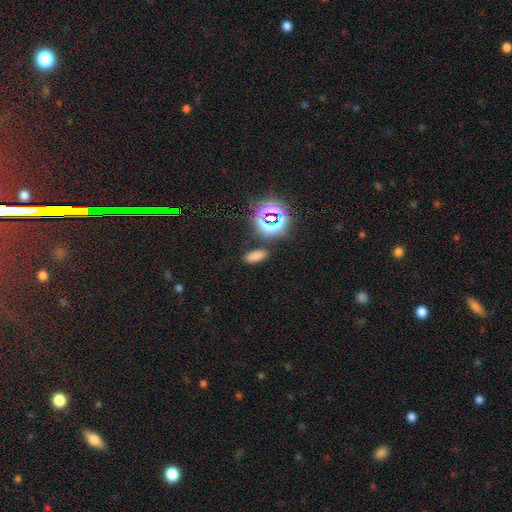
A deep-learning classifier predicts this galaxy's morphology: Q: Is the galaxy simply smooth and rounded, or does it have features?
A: smooth — 68%.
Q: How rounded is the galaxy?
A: in between — 81%.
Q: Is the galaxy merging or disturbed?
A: none — 85%.